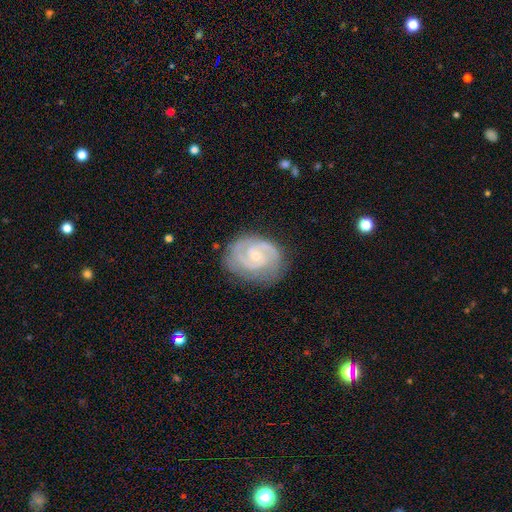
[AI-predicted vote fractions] Overall: featured or disk (88%). Edge-on disk: no (98%). Bar: no (60%; weak 34%). Spiral arms: yes (97%). Spiral arm count: 2 (72%). Spiral winding: tight (56%; medium 37%). Bulge size: small (71%). Merging: none (76%).